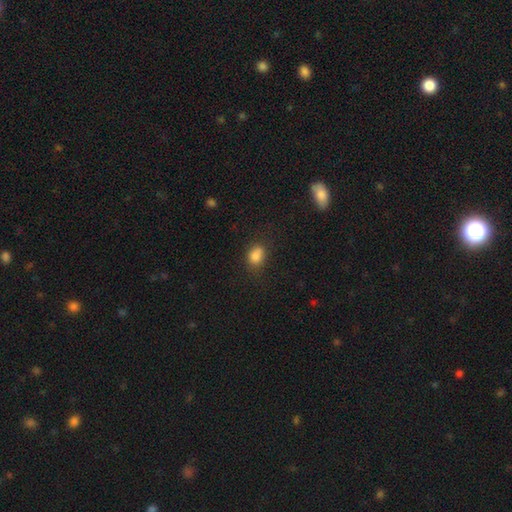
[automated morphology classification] Smooth or featured?
  - smooth: 82% *
  - star or artifact: 11%
  - featured or disk: 6%
How rounded?
  - in between: 59% *
  - round: 39%
  - cigar-shaped: 1%
Merging?
  - none: 65% *
  - minor disturbance: 23%
  - major disturbance: 7%
  - merger: 6%